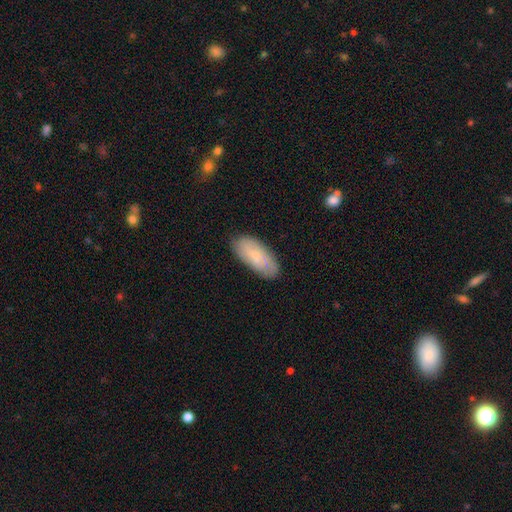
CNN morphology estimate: Overall: smooth (69%). How rounded: in between (85%). Merging: none (82%).